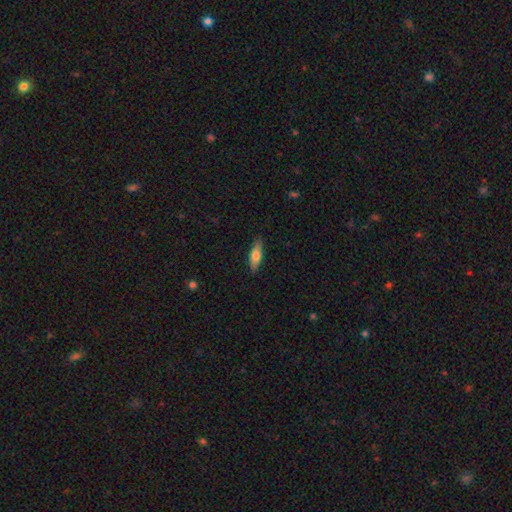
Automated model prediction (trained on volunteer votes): A smooth galaxy with no disk features (66%) that is cigar-shaped (49%). Merging: none (85%).